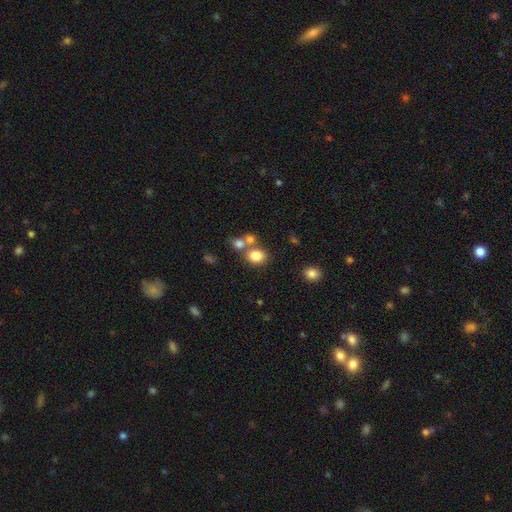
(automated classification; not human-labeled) Smooth or featured?
  - smooth: 79% *
  - star or artifact: 12%
  - featured or disk: 9%
How rounded?
  - round: 59% *
  - in between: 39%
  - cigar-shaped: 1%
Merging?
  - none: 53% *
  - merger: 33%
  - minor disturbance: 9%
  - major disturbance: 5%